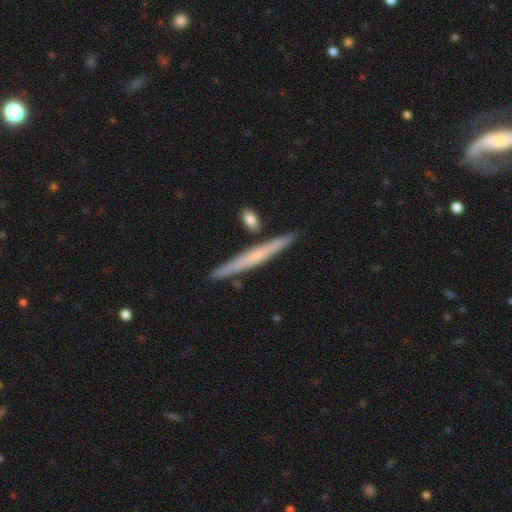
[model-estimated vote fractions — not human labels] Smooth or featured? featured or disk (55%)
Edge-on disk? yes (96%)
Edge-on bulge? none (62%)
Merging? none (87%)